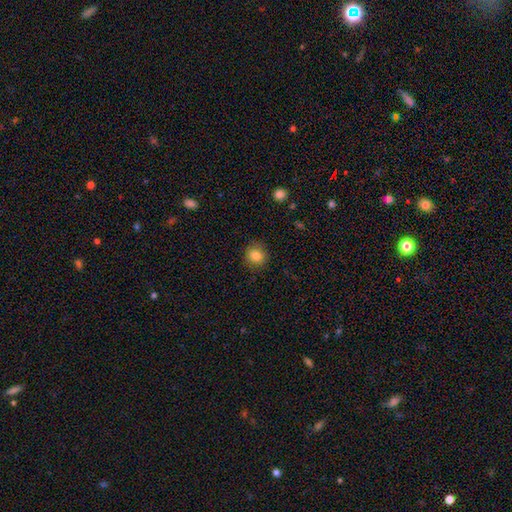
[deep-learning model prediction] Smooth or featured: smooth — 82% (star or artifact — 11%)
How rounded: round — 85% (in between — 15%)
Merging: none — 87% (minor disturbance — 9%)